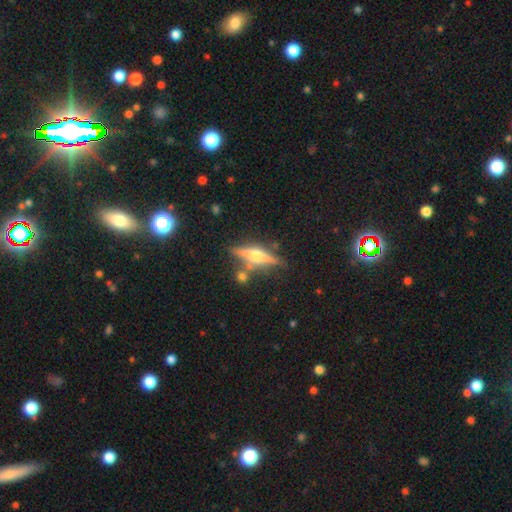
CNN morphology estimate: featured or disk 71%, smooth 22%, star or artifact 7%. Down the decision tree: edge-on disk — yes (96%); edge-on bulge — rounded (93%); merging — none (78%).